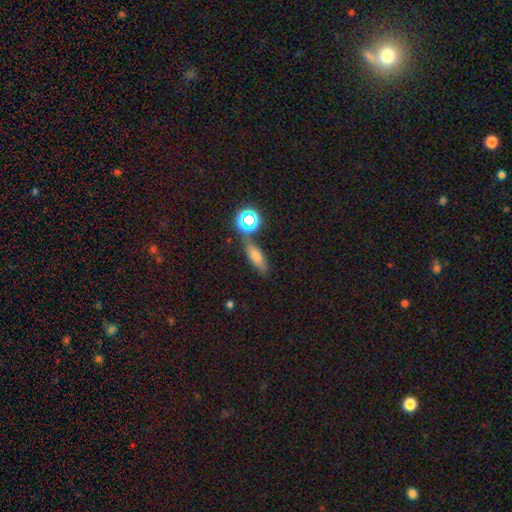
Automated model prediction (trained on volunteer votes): Smooth or featured? smooth (60%)
How rounded? in between (52%)
Merging? none (75%)